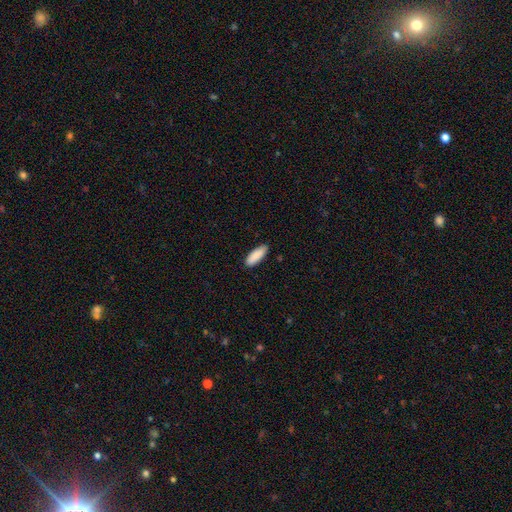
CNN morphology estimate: A smooth galaxy with no disk features (90%) that is in between round and cigar-shaped (65%).

Vote fractions:
- Smooth or featured? smooth: 90% / star or artifact: 6% / featured or disk: 4%
- How rounded? in between: 65% / cigar-shaped: 33% / round: 2%
- Merging? none: 88% / minor disturbance: 9% / major disturbance: 2% / merger: 1%